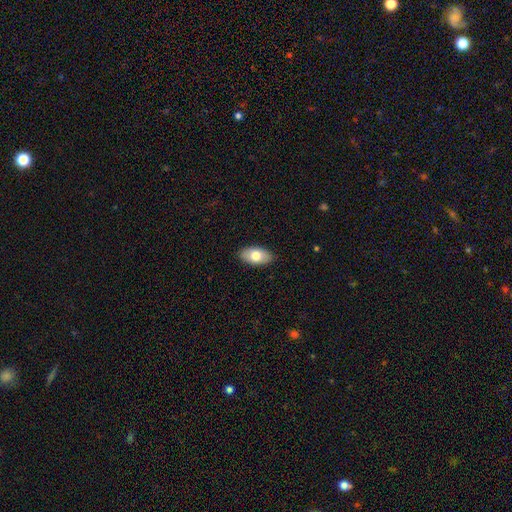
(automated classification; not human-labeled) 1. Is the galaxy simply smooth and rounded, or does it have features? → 77% smooth, 17% featured or disk, 6% star or artifact.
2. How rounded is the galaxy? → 94% in between, 4% round, 2% cigar-shaped.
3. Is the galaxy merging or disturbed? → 88% none, 9% minor disturbance, 2% major disturbance, 1% merger.